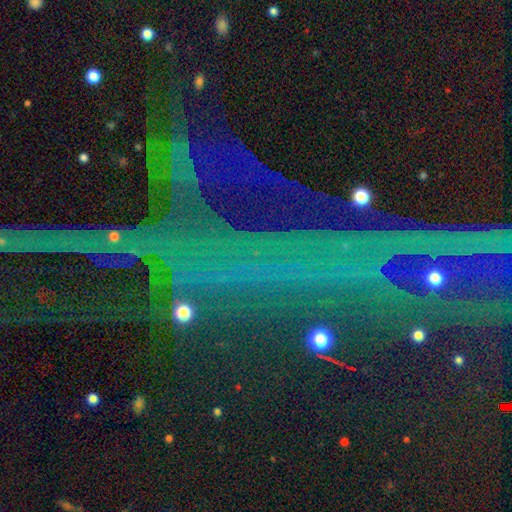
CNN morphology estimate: This appears to be a star or artifact, not a galaxy (80%).